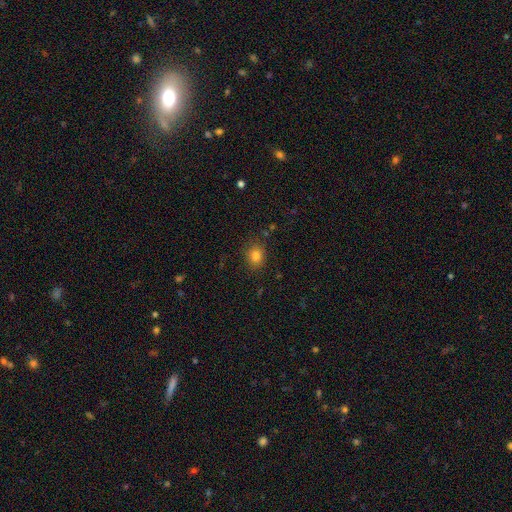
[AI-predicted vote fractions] smooth 81%, star or artifact 13%, featured or disk 6%. Down the decision tree: how rounded — round (52%); merging — none (84%).